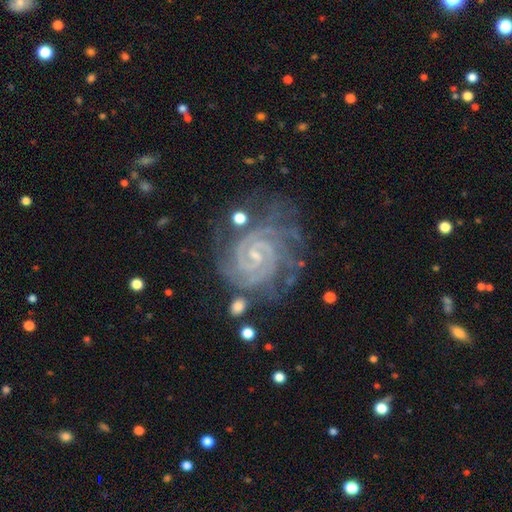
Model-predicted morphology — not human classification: smooth-or-featured: featured or disk: 91% | star or artifact: 6% | smooth: 3%
  disk-edge-on: no: 98% | yes: 2%
    bar: no: 50% | weak: 36% | strong: 14%
    has-spiral-arms: yes: 99% | no: 1%
      spiral-winding: tight: 81% | medium: 17% | loose: 2%
      spiral-arm-count: 2: 47% | 3: 19% | can't tell: 12% | 4: 11% | more than 4: 6% | 1: 5%
    bulge-size: small: 80% | moderate: 14% | none: 4% | large: 1% | dominant: 1%
  merging: none: 71% | minor disturbance: 18% | major disturbance: 8% | merger: 4%